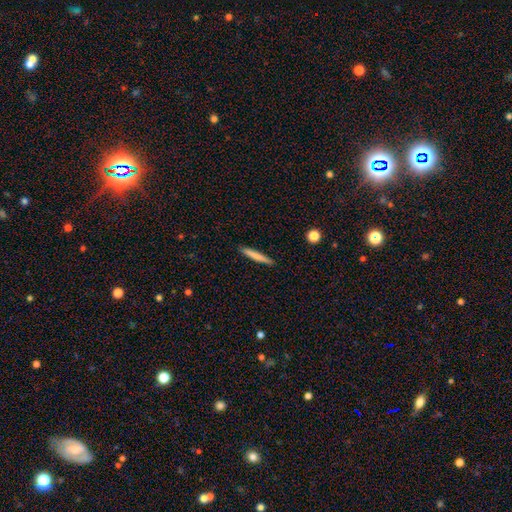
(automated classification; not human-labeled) This appears to be a smooth galaxy with no disk features (74%) that is cigar-shaped (95%). Merging: none (90%).